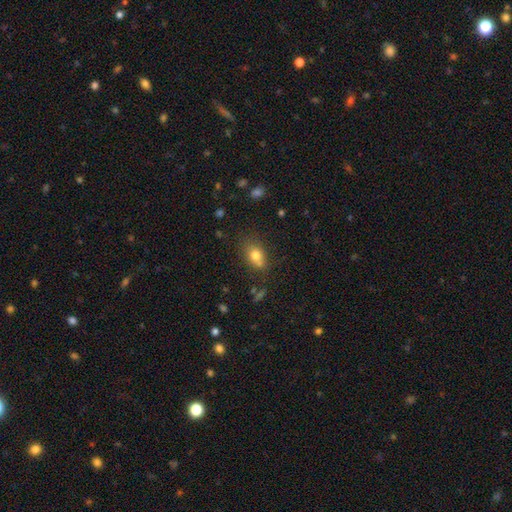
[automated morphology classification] This appears to be a smooth galaxy with no disk features (75%) that is in between round and cigar-shaped (67%). Merging: none (59%).